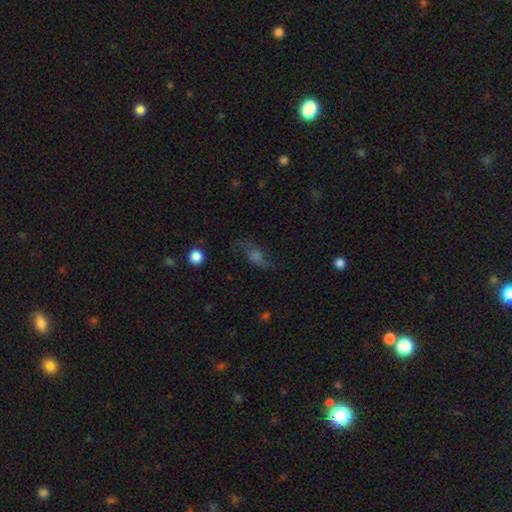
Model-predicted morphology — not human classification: Smooth or featured: smooth — 41% (featured or disk — 38%)
Merging: none — 58% (minor disturbance — 21%)